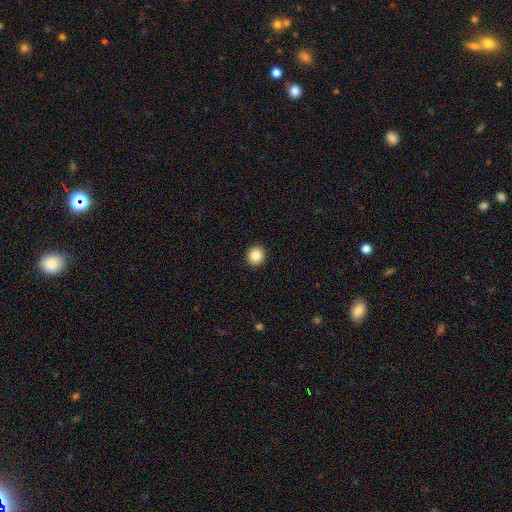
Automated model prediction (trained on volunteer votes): Overall: smooth (87%). How rounded: round (92%). Merging: none (93%).